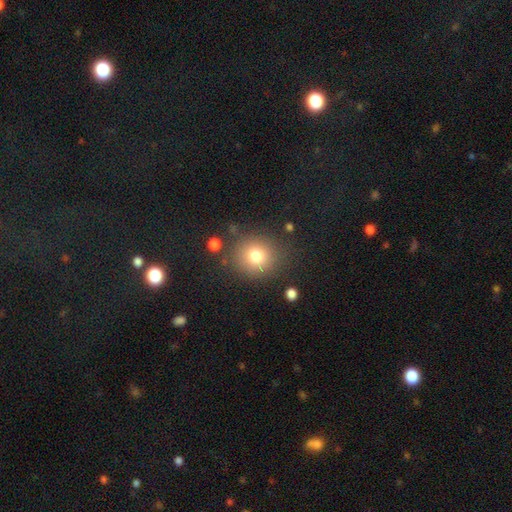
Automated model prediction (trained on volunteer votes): smooth-or-featured: smooth: 77% | star or artifact: 13% | featured or disk: 10%
  how-rounded: round: 88% | in between: 11% | cigar-shaped: 1%
  merging: none: 83% | minor disturbance: 10% | major disturbance: 4% | merger: 3%